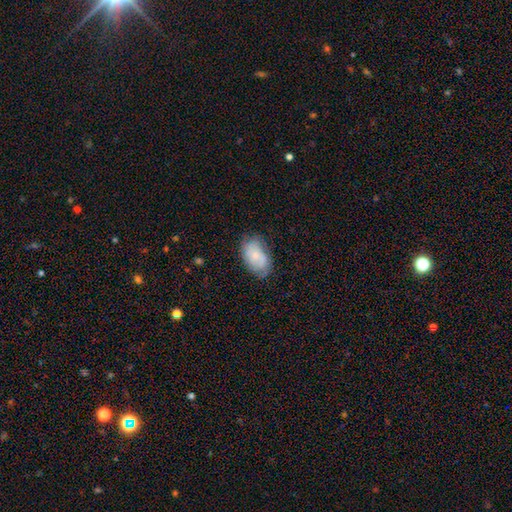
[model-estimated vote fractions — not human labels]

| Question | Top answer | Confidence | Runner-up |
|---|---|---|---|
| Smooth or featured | smooth | 61% | featured or disk (31%) |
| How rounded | in between | 92% | round (7%) |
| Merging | none | 68% | minor disturbance (24%) |